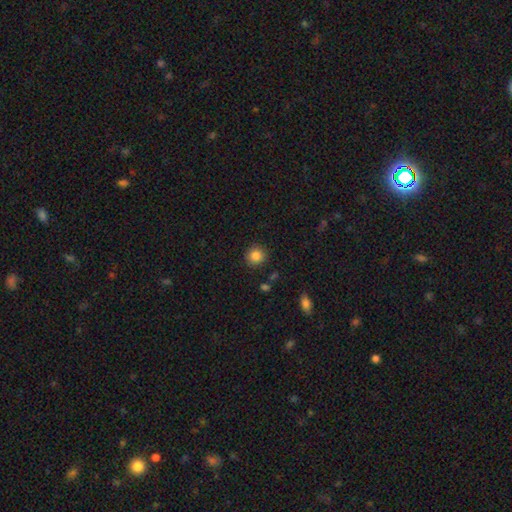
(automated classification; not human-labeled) Smooth or featured: smooth — 85% (star or artifact — 10%)
How rounded: round — 91% (in between — 8%)
Merging: none — 89% (minor disturbance — 7%)